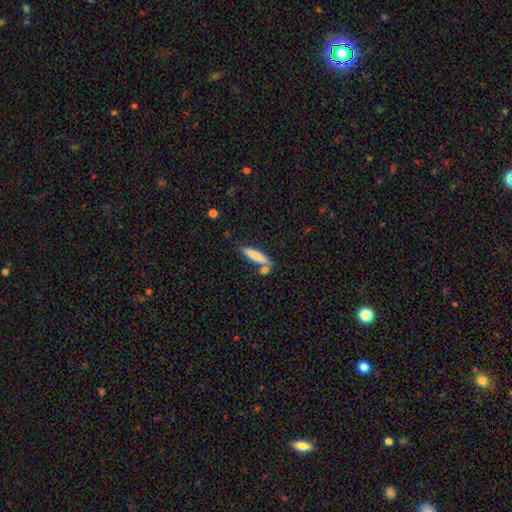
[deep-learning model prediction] Q: Smooth or featured?
A: smooth (76%); runner-up: featured or disk (17%)
Q: How rounded?
A: cigar-shaped (79%); runner-up: in between (20%)
Q: Merging?
A: none (61%); runner-up: merger (21%)